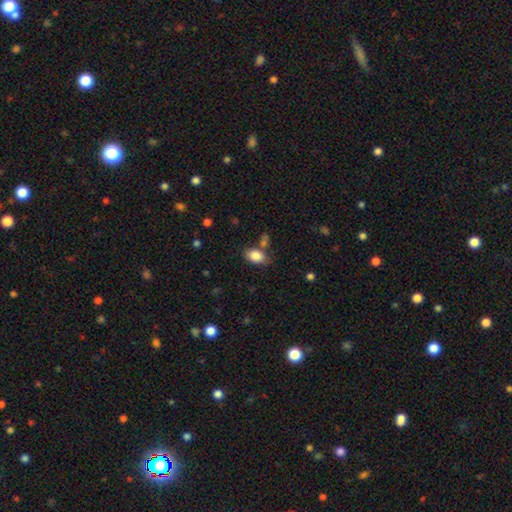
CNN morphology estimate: A smooth galaxy with no disk features (85%) that is in between round and cigar-shaped (88%).

Vote fractions:
- Smooth or featured? smooth: 85% / star or artifact: 8% / featured or disk: 7%
- How rounded? in between: 88% / round: 10% / cigar-shaped: 2%
- Merging? none: 70% / minor disturbance: 16% / merger: 10% / major disturbance: 4%